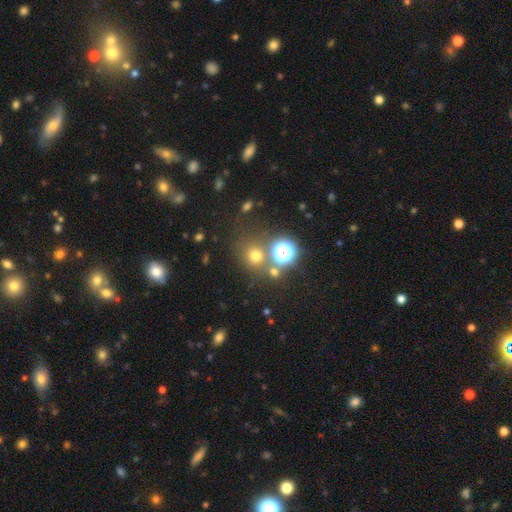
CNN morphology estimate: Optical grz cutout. It shows a smooth galaxy with no disk features (65%) that is round (85%). Merging: none (72%).